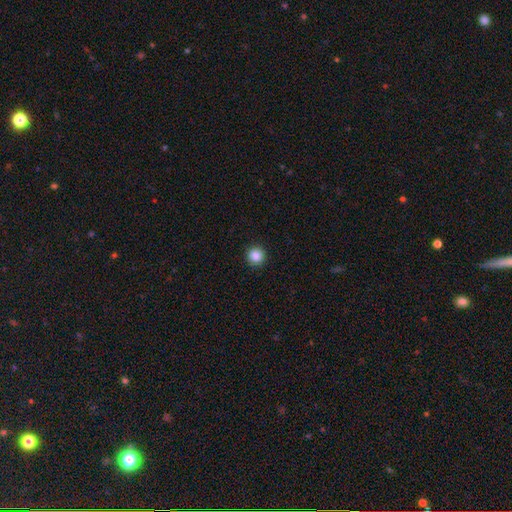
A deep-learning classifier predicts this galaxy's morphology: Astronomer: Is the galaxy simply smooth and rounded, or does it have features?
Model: smooth — 87%.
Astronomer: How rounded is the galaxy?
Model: round — 95%.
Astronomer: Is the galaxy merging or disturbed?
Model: none — 93%.